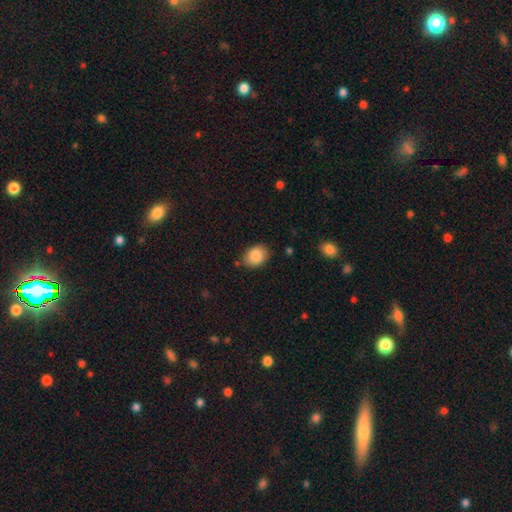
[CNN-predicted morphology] smooth 86%, star or artifact 7%, featured or disk 6%. Down the decision tree: how rounded — in between (69%); merging — none (77%).